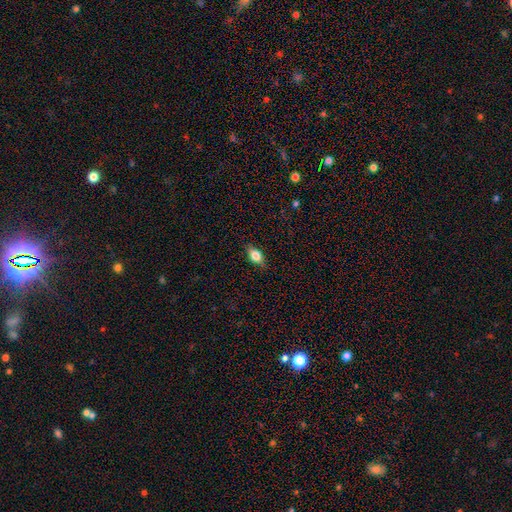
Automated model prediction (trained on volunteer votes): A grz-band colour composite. It shows a smooth galaxy with no disk features (74%) that is in between round and cigar-shaped (83%). Merging: none (85%).